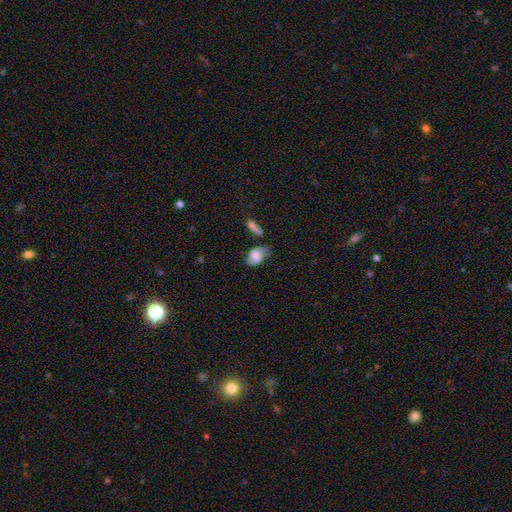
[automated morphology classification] Overall: featured or disk (52%; smooth 39%). Edge-on disk: no (95%). Merging: none (54%; minor disturbance 24%).